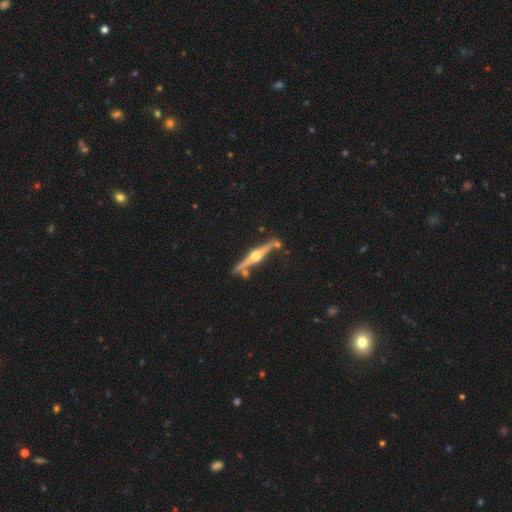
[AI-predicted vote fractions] A featured or disk galaxy (85%) viewed edge-on (98%) with a rounded central bulge (96%). Merging: none (79%).